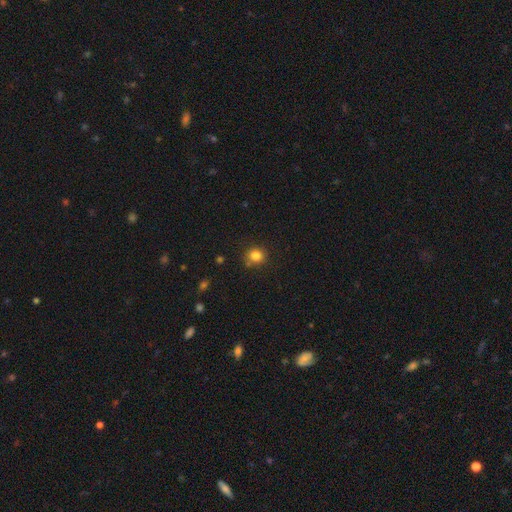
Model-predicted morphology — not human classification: type=smooth (83%); roundness=round (86%); merging=none (77%).